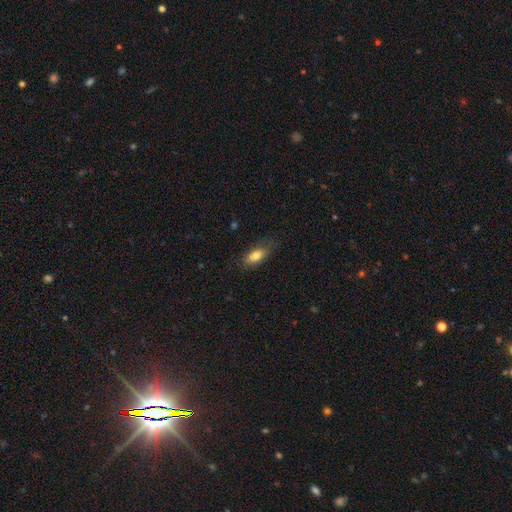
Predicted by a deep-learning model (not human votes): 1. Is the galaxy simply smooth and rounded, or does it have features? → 79% smooth, 14% featured or disk, 7% star or artifact.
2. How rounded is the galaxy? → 85% in between, 12% cigar-shaped, 4% round.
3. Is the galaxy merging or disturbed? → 73% none, 20% minor disturbance, 6% major disturbance, 1% merger.